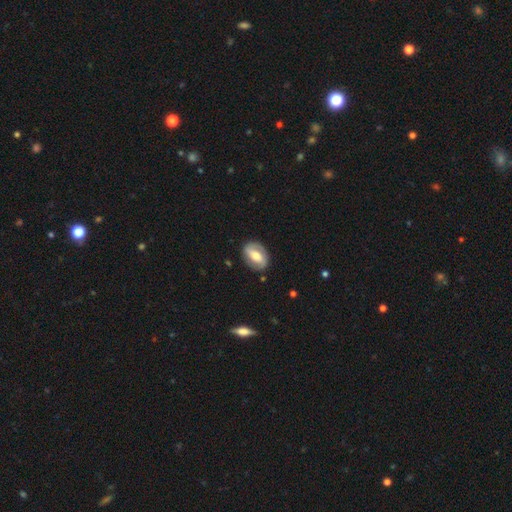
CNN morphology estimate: Overall: featured or disk (65%; smooth 29%). Edge-on disk: no (95%). Bar: strong (43%; weak 34%). Spiral arms: yes (73%). Bulge size: moderate (65%). Merging: none (83%).